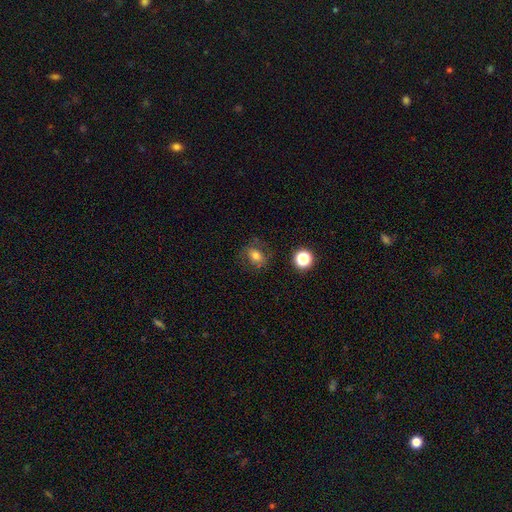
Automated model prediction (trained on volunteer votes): Q: Smooth or featured?
A: smooth (68%); runner-up: featured or disk (19%)
Q: How rounded?
A: round (54%); runner-up: in between (45%)
Q: Merging?
A: none (73%); runner-up: minor disturbance (17%)